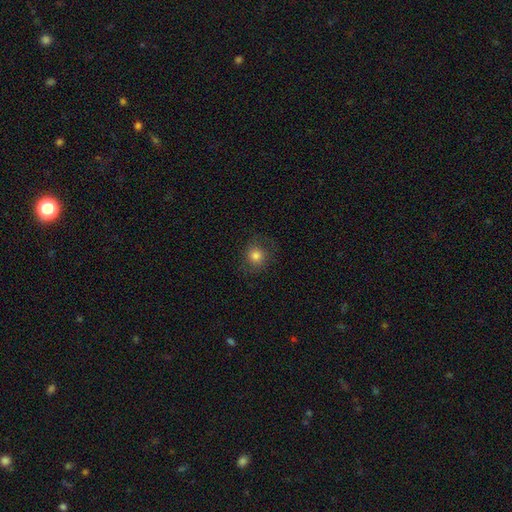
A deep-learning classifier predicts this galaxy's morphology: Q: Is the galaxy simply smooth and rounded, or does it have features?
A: smooth — 79%.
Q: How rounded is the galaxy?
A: round — 86%.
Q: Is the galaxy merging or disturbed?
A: none — 79%.